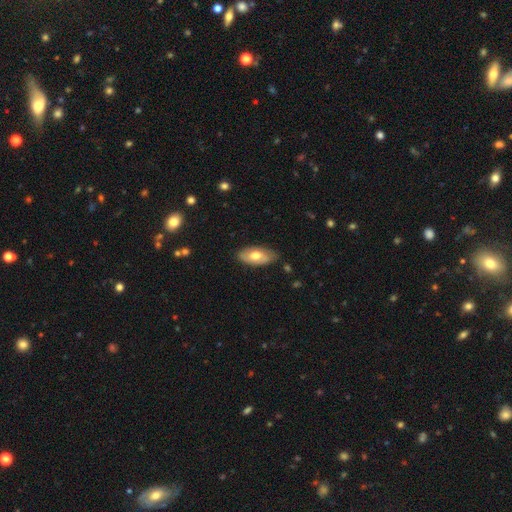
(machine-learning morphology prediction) A smooth galaxy with no disk features (62%) that is in between round and cigar-shaped (92%). Merging: none (79%).